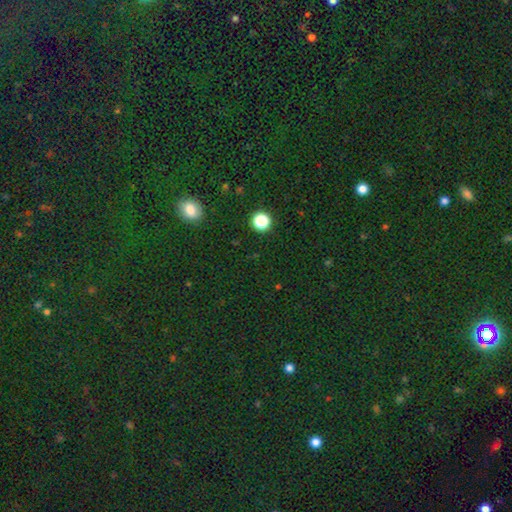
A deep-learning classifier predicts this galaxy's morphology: star or artifact 58%, smooth 35%, featured or disk 7%.